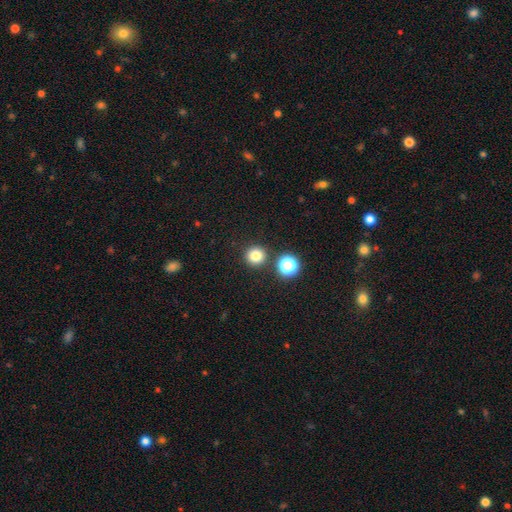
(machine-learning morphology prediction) Smooth or featured? Predicted: smooth (p=0.79). How rounded? Predicted: round (p=0.94). Merging? Predicted: none (p=0.86).